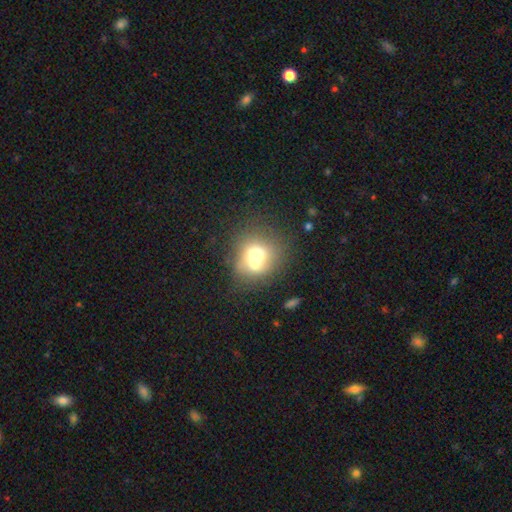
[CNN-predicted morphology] This appears to be a smooth galaxy with no disk features (62%) that is round (77%). Merging: merger (52%).